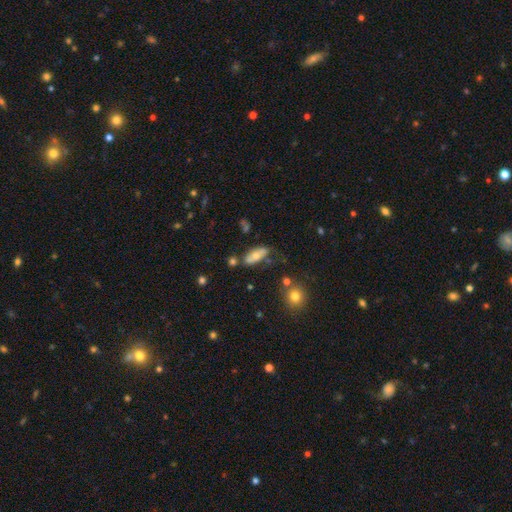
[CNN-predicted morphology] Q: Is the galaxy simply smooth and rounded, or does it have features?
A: smooth — 64%.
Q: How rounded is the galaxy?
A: in between — 74%.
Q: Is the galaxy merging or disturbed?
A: none — 60%.